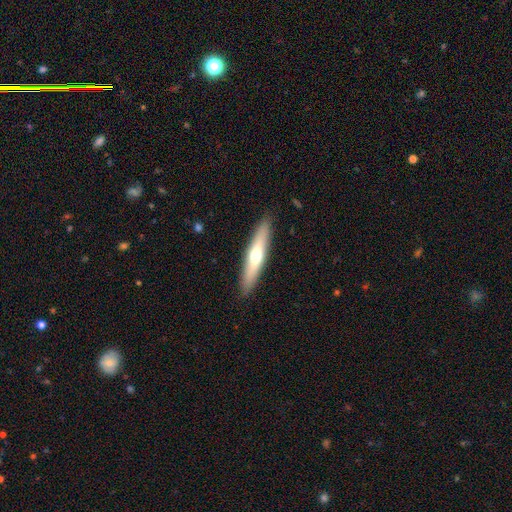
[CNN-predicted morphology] Q: Smooth or featured?
A: smooth (52%); runner-up: featured or disk (43%)
Q: How rounded?
A: cigar-shaped (86%); runner-up: in between (12%)
Q: Merging?
A: none (90%); runner-up: minor disturbance (8%)